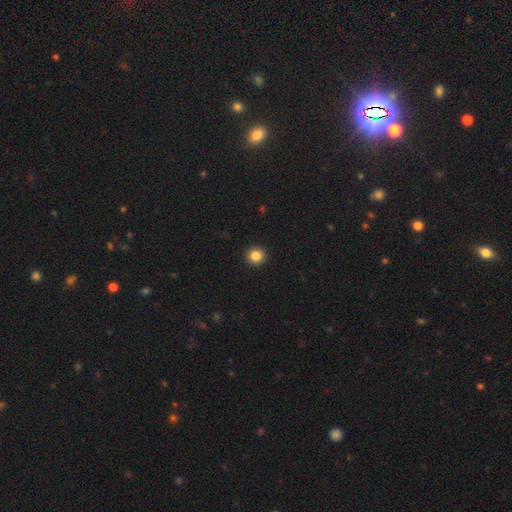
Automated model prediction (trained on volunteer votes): Morphology: type=smooth (85%); roundness=round (94%); merging=none (93%).